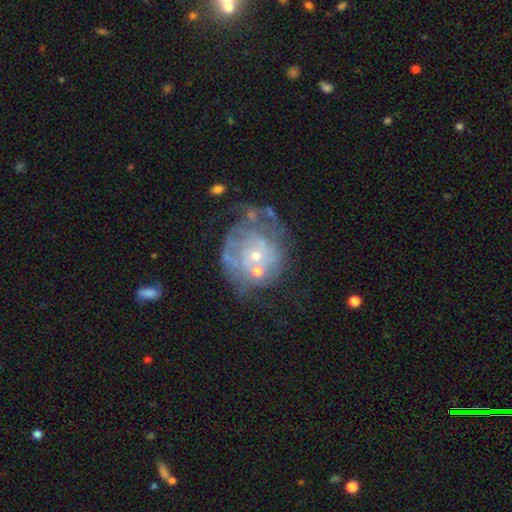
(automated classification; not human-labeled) Smooth or featured?
  - featured or disk: 73% *
  - smooth: 18%
  - star or artifact: 9%
Edge-on disk?
  - no: 97% *
  - yes: 3%
Bar?
  - no: 84% *
  - weak: 13%
  - strong: 3%
Spiral arms?
  - yes: 63% *
  - no: 37%
Bulge size?
  - small: 69% *
  - moderate: 25%
  - none: 3%
  - large: 2%
  - dominant: 1%
Merging?
  - none: 44% *
  - major disturbance: 22%
  - minor disturbance: 22%
  - merger: 12%